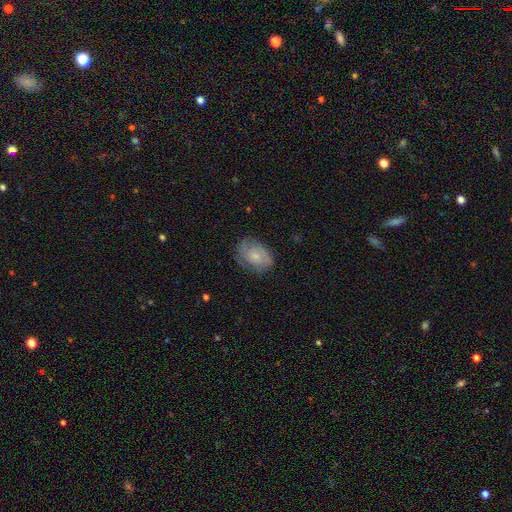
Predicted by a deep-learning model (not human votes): A featured or disk galaxy (52%).

Vote fractions:
- Smooth or featured? featured or disk: 52% / smooth: 41% / star or artifact: 7%
- Edge-on disk? no: 96% / yes: 4%
- Merging? none: 69% / minor disturbance: 22% / major disturbance: 8% / merger: 1%